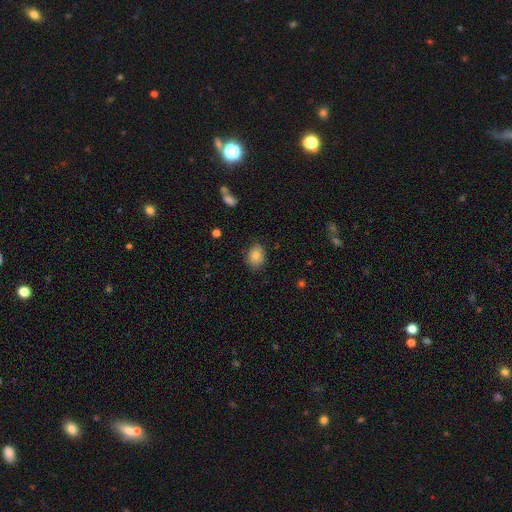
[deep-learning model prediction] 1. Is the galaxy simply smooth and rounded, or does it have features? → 82% smooth, 9% star or artifact, 9% featured or disk.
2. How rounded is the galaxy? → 62% in between, 37% round, 1% cigar-shaped.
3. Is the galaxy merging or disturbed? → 81% none, 15% minor disturbance, 3% major disturbance, 1% merger.